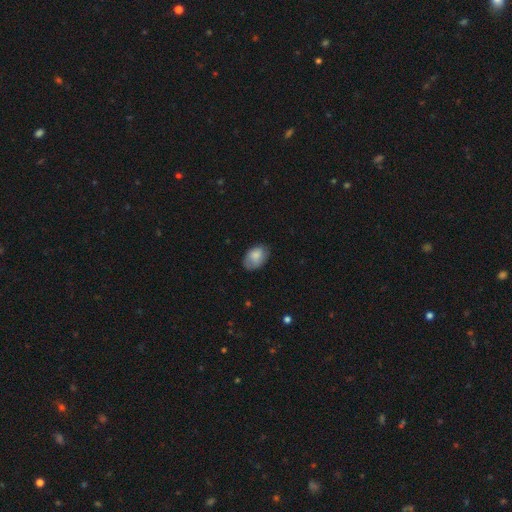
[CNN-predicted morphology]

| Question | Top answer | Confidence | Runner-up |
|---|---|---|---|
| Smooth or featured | smooth | 82% | featured or disk (11%) |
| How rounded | in between | 87% | round (12%) |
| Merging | none | 69% | minor disturbance (24%) |